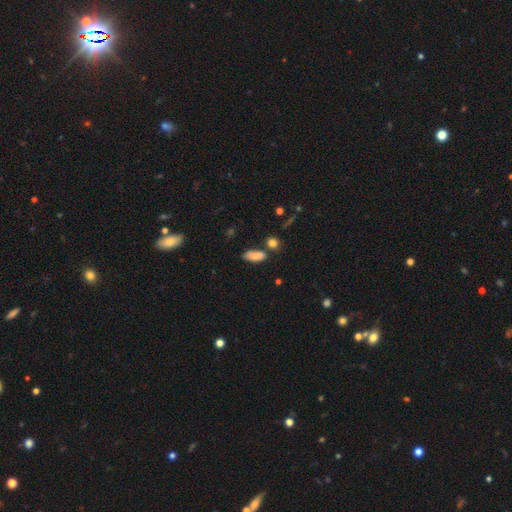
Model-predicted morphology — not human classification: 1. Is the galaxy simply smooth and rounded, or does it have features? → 81% smooth, 10% featured or disk, 8% star or artifact.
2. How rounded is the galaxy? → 78% in between, 18% cigar-shaped, 4% round.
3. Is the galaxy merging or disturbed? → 61% none, 21% minor disturbance, 12% merger, 5% major disturbance.